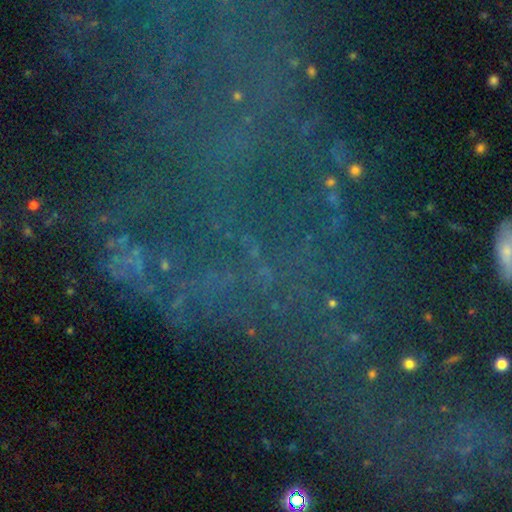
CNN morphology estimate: Q: Smooth or featured?
A: star or artifact (65%); runner-up: featured or disk (20%)